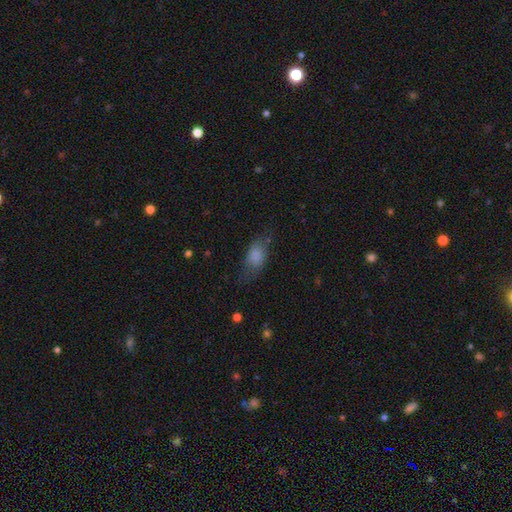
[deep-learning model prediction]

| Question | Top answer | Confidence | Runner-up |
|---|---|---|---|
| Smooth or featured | smooth | 79% | featured or disk (12%) |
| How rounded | in between | 86% | round (7%) |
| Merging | none | 56% | minor disturbance (26%) |